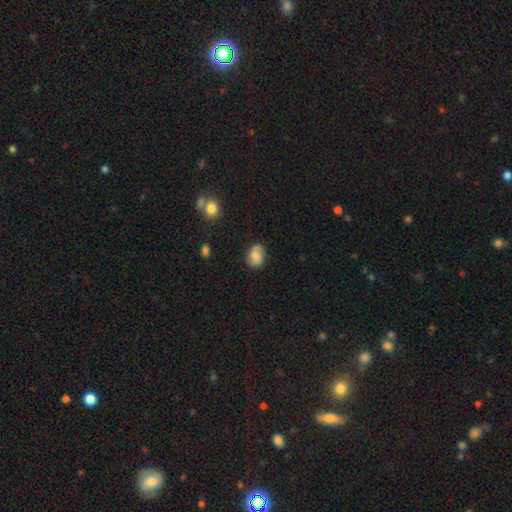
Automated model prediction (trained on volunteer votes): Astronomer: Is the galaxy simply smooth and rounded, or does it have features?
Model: smooth — 58% (runner-up: featured or disk, 34%).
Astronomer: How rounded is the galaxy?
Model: in between — 67%.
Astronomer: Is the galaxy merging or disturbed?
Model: none — 77%.